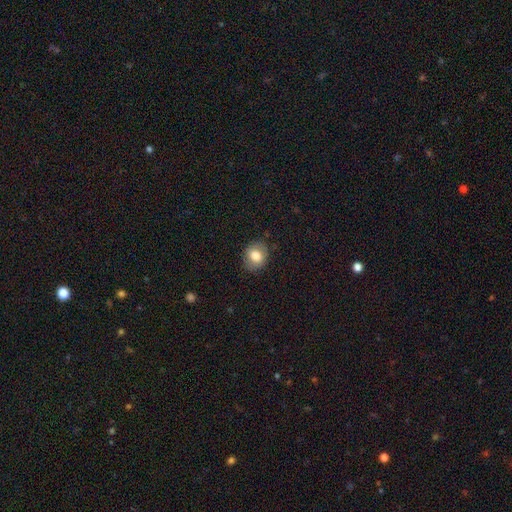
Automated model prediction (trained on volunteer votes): smooth-or-featured: smooth: 78% | featured or disk: 14% | star or artifact: 8%
  how-rounded: round: 57% | in between: 42% | cigar-shaped: 1%
  merging: none: 84% | minor disturbance: 12% | major disturbance: 3% | merger: 1%